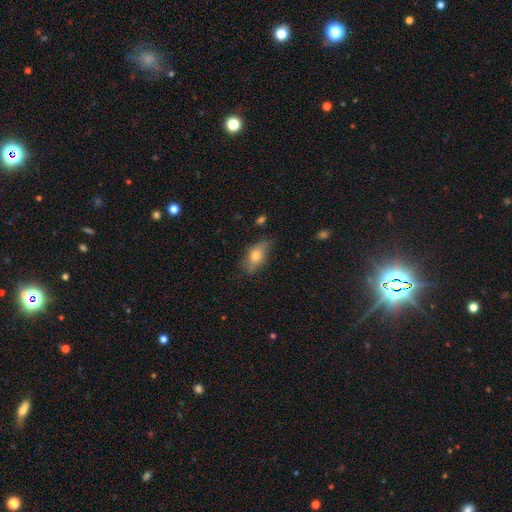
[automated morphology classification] This appears to be a smooth galaxy with no disk features (67%) that is in between round and cigar-shaped (83%). Merging: none (64%).